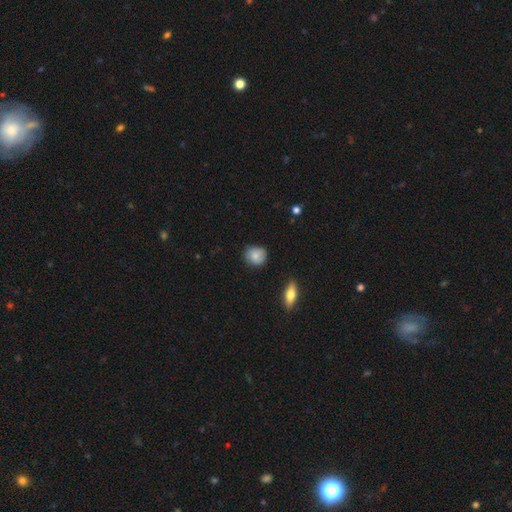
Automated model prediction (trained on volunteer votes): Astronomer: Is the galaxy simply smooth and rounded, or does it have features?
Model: smooth — 83%.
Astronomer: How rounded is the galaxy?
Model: round — 74%.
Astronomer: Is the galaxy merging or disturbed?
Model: none — 79%.